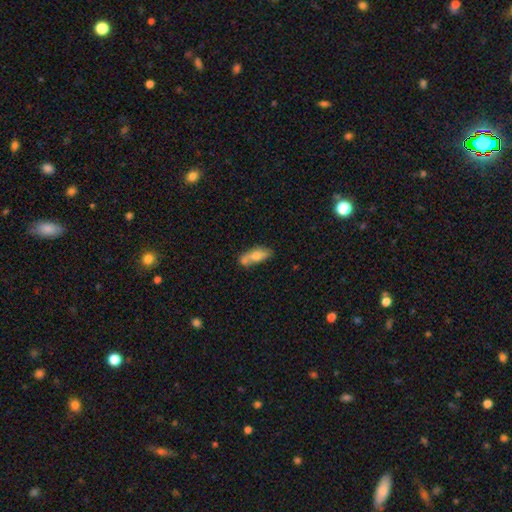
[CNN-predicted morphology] A smooth galaxy with no disk features (68%) that is in between round and cigar-shaped (70%). Merging: none (44%).